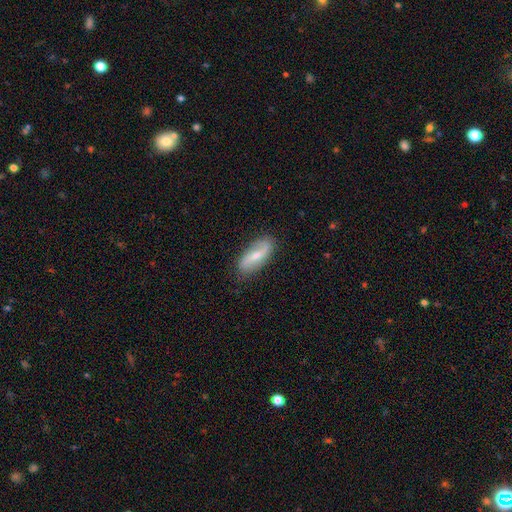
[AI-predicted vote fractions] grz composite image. It shows a featured or disk galaxy (60%) with a weak bar (45%), spiral arms (84%) and a small central bulge (47%). Merging: none (82%).